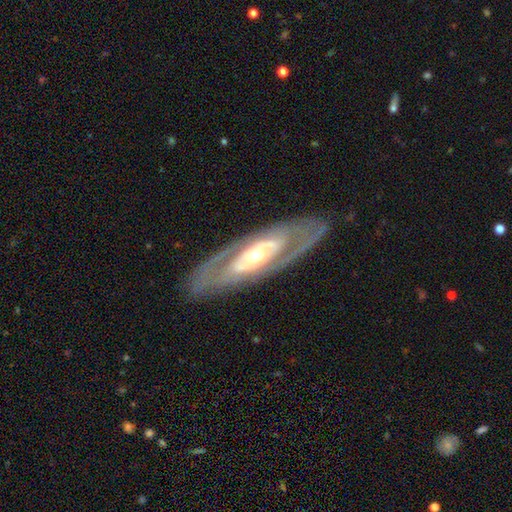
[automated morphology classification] This appears to be a featured or disk galaxy (82%) with no bar (64%), spiral arms (60%) and a moderate central bulge (57%). Merging: none (83%).